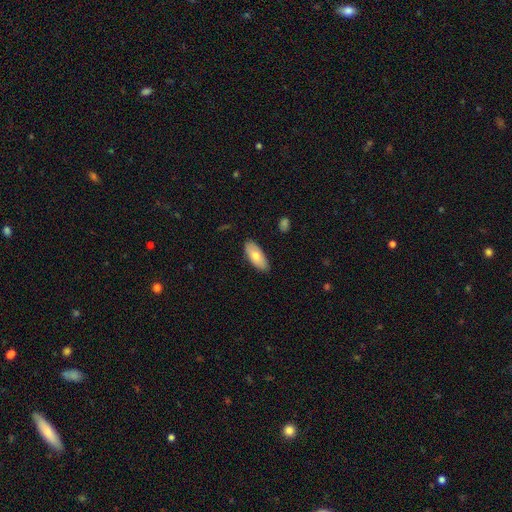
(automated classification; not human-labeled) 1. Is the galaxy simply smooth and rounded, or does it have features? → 72% smooth, 23% featured or disk, 6% star or artifact.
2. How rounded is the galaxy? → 87% in between, 10% cigar-shaped, 2% round.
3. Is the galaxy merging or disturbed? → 86% none, 11% minor disturbance, 2% major disturbance, 1% merger.